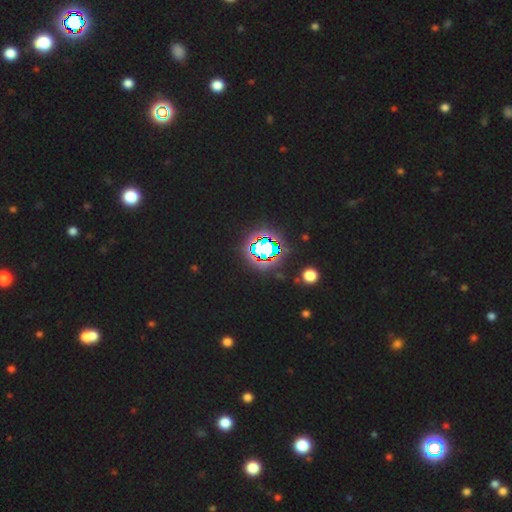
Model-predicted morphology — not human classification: Q: Smooth or featured?
A: star or artifact (80%); runner-up: smooth (13%)